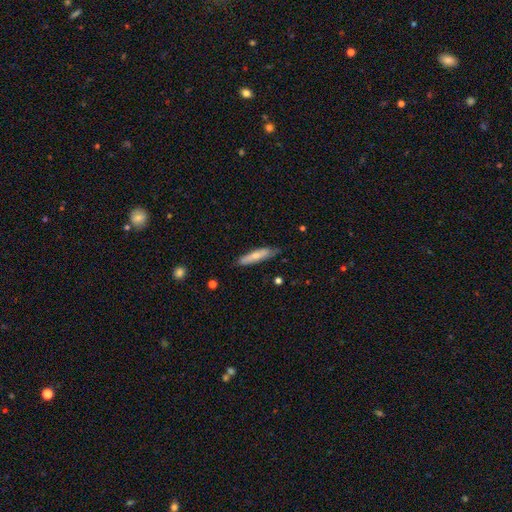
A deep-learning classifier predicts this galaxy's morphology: Smooth or featured: smooth — 66% (featured or disk — 29%)
How rounded: cigar-shaped — 82% (in between — 17%)
Merging: none — 74% (minor disturbance — 21%)